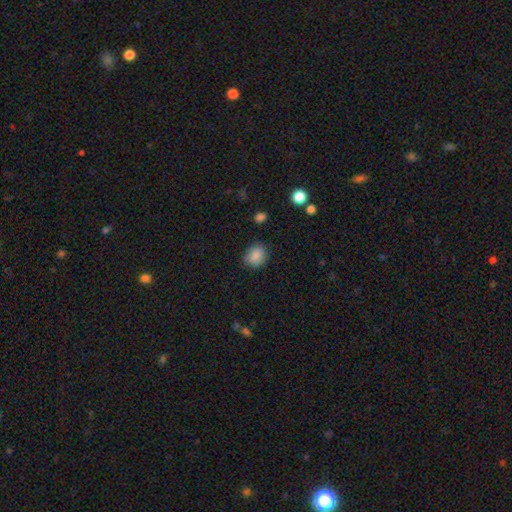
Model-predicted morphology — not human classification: Overall: smooth (87%). How rounded: round (66%; in between 33%). Merging: none (83%).